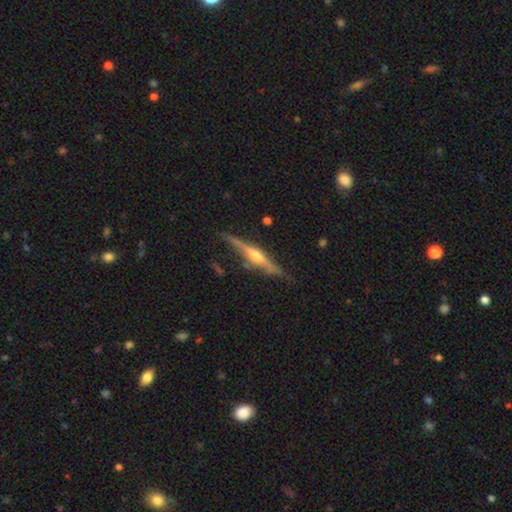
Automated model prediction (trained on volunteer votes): smooth_or_featured: featured or disk (p=0.81) [alt: smooth p=0.13]
disk_edge_on: yes (p=0.97) [alt: no p=0.03]
edge_on_bulge: rounded (p=0.90) [alt: none p=0.05]
merging: none (p=0.81) [alt: minor disturbance p=0.14]